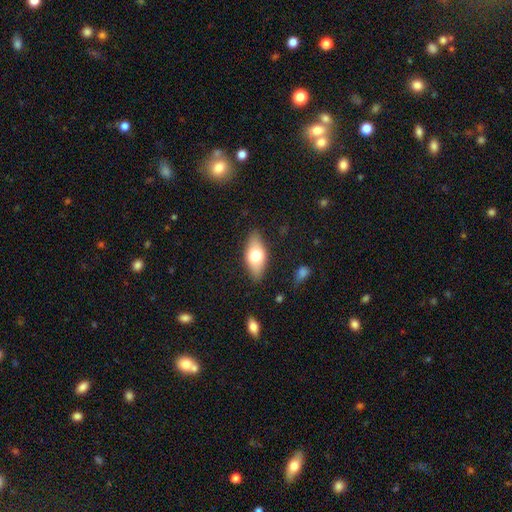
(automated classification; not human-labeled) Smooth or featured?
  - smooth: 67% *
  - featured or disk: 26%
  - star or artifact: 7%
How rounded?
  - in between: 85% *
  - cigar-shaped: 11%
  - round: 4%
Merging?
  - none: 84% *
  - minor disturbance: 12%
  - major disturbance: 3%
  - merger: 1%